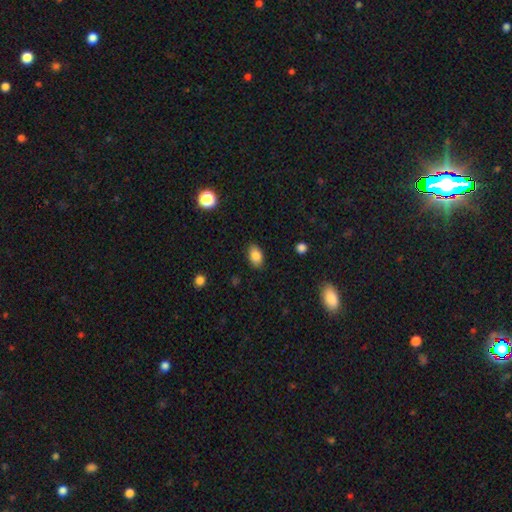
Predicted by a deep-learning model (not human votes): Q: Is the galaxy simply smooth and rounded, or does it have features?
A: smooth — 85%.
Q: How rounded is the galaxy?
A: in between — 89%.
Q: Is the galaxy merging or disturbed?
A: none — 86%.